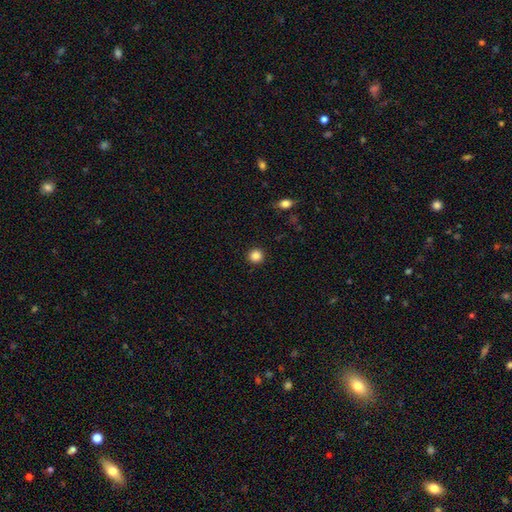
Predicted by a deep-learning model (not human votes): smooth-or-featured: smooth: 86% | star or artifact: 11% | featured or disk: 3%
  how-rounded: round: 94% | in between: 5% | cigar-shaped: 1%
  merging: none: 93% | minor disturbance: 4% | major disturbance: 2% | merger: 1%